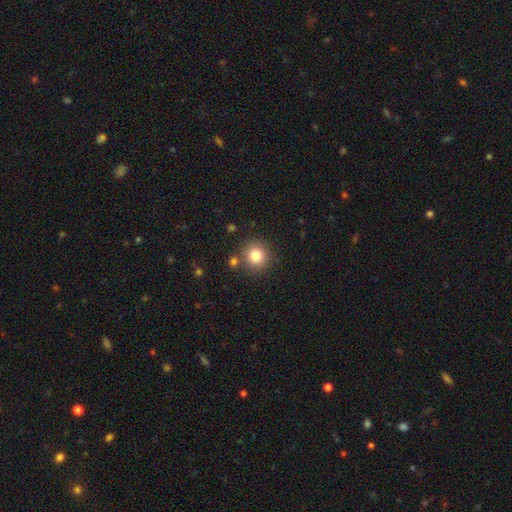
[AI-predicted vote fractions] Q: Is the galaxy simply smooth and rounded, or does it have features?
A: smooth — 81%.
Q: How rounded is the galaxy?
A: round — 93%.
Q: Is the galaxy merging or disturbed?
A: none — 83%.